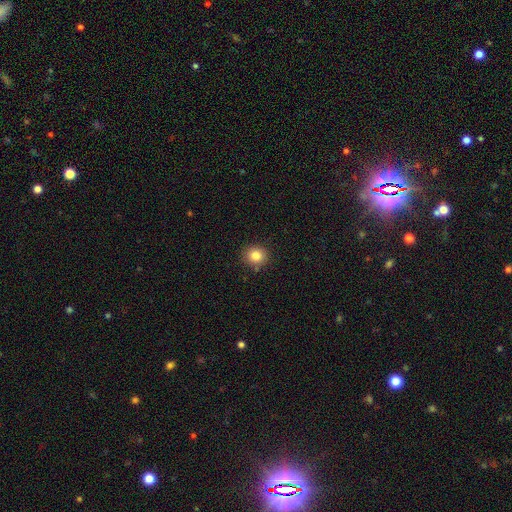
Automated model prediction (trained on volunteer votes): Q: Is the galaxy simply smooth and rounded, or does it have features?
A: smooth — 83%.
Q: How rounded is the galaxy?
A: round — 84%.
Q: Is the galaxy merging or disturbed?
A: none — 87%.